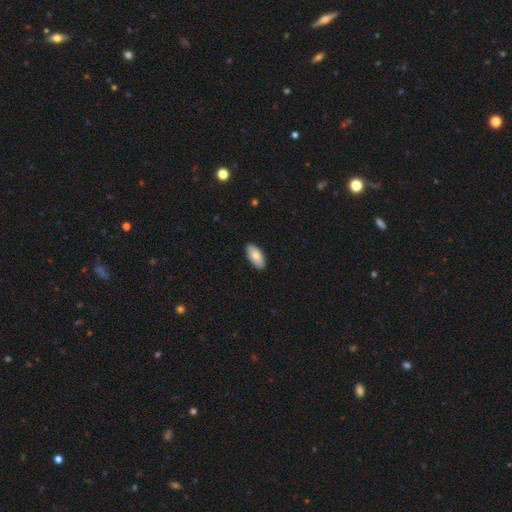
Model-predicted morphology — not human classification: Smooth or featured: smooth — 80% (featured or disk — 15%)
How rounded: in between — 92% (cigar-shaped — 6%)
Merging: none — 88% (minor disturbance — 9%)